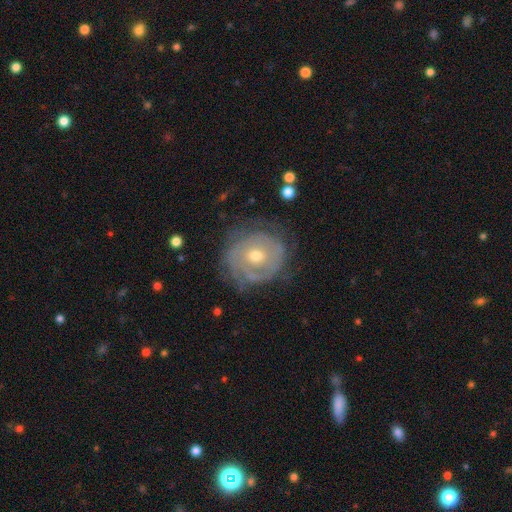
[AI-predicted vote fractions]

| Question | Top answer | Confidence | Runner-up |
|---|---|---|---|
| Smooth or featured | featured or disk | 72% | smooth (22%) |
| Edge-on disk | no | 97% | yes (3%) |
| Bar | no | 78% | weak (18%) |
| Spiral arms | yes | 77% | no (23%) |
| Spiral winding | tight | 72% | medium (20%) |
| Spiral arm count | can't tell | 51% | 2 (20%) |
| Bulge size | moderate | 57% | small (39%) |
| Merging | none | 66% | minor disturbance (22%) |